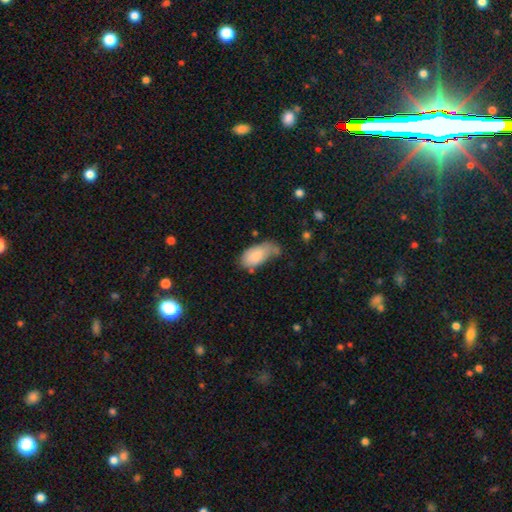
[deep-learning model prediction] Smooth or featured? smooth (80%)
How rounded? in between (94%)
Merging? none (39%)